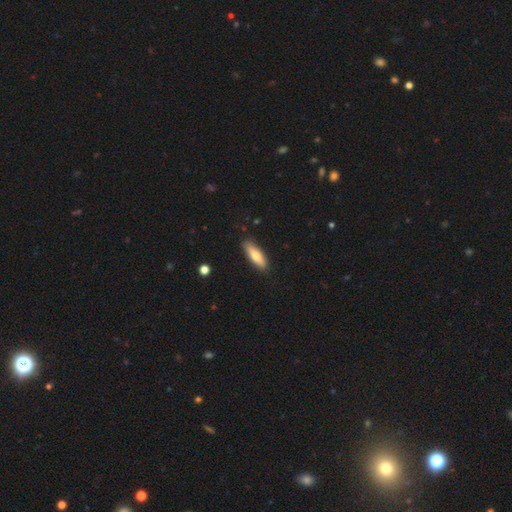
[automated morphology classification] This is likely a smooth galaxy (69%). How rounded: possibly cigar-shaped (50%). Merging: clearly none (87%).